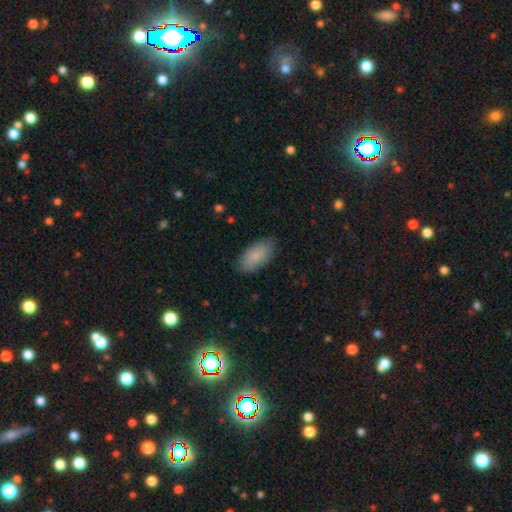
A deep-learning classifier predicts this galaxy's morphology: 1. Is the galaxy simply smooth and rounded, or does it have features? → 85% smooth, 9% featured or disk, 6% star or artifact.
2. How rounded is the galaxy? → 93% in between, 5% cigar-shaped, 2% round.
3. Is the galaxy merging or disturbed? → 84% none, 13% minor disturbance, 3% major disturbance, 1% merger.